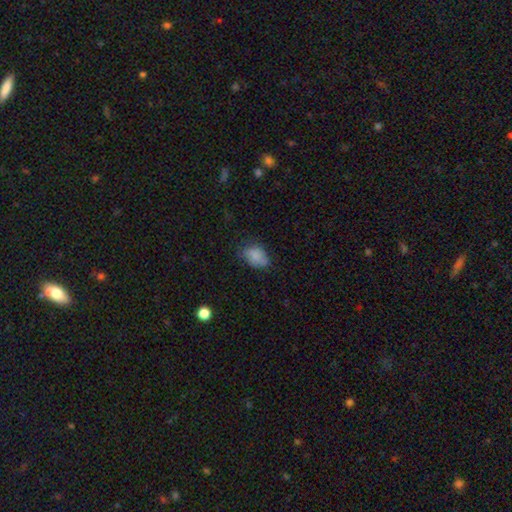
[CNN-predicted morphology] Overall: smooth (82%). How rounded: in between (77%). Merging: none (57%; minor disturbance 32%).